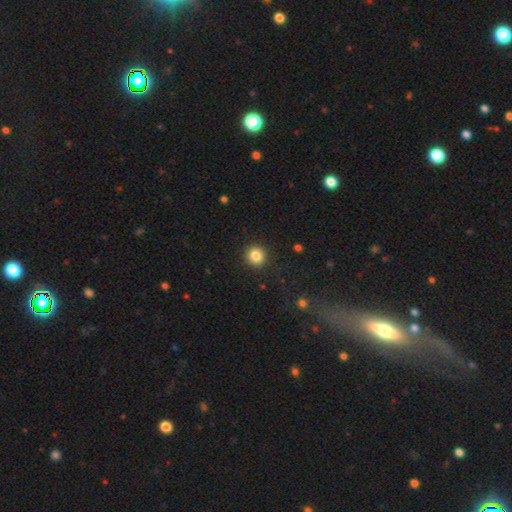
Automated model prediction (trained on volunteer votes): A smooth galaxy with no disk features (84%) that is round (94%).

Vote fractions:
- Smooth or featured? smooth: 84% / star or artifact: 11% / featured or disk: 5%
- How rounded? round: 94% / in between: 5% / cigar-shaped: 1%
- Merging? none: 92% / minor disturbance: 5% / major disturbance: 2% / merger: 1%